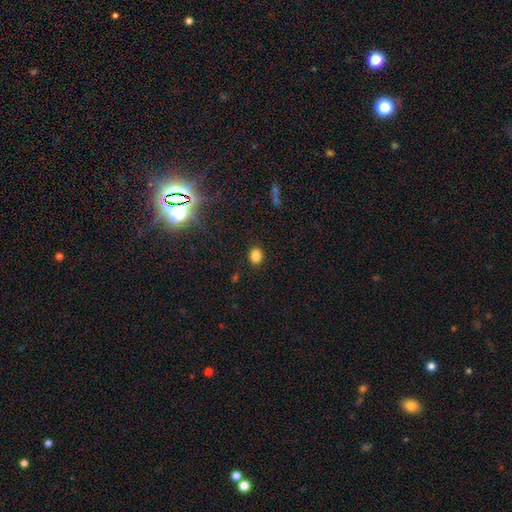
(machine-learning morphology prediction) type=smooth (83%); roundness=round (51%); merging=none (88%).